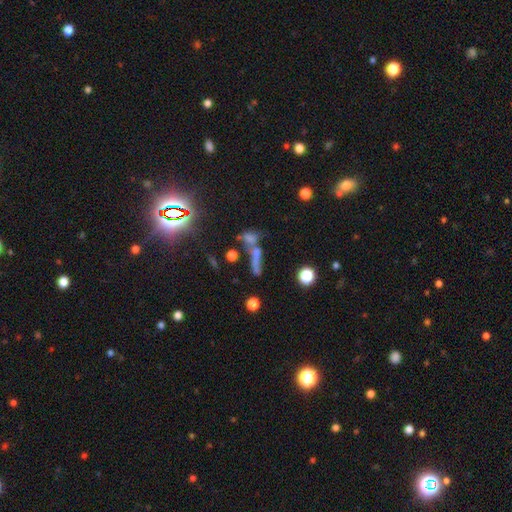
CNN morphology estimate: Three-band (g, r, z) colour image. It shows a smooth galaxy with no disk features (44%). Merging: merger (41%).